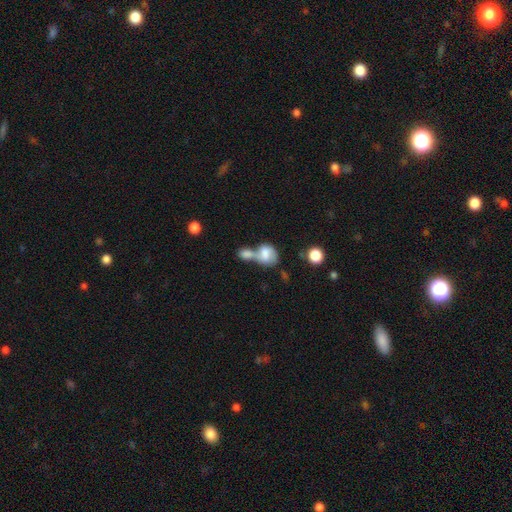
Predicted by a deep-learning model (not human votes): This is possibly a smooth galaxy (56%). How rounded: possibly in between (54%). Merging: likely merger (64%).